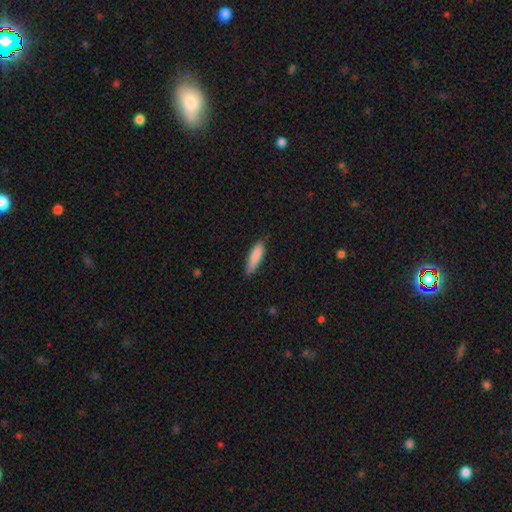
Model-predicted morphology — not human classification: A smooth galaxy with no disk features (86%) that is cigar-shaped (66%). Merging: none (77%).